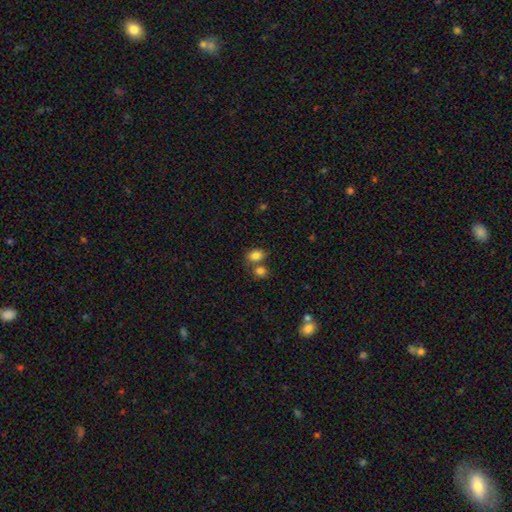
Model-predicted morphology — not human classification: Q: Smooth or featured?
A: smooth (83%); runner-up: star or artifact (10%)
Q: How rounded?
A: in between (80%); runner-up: round (18%)
Q: Merging?
A: none (50%); runner-up: merger (35%)